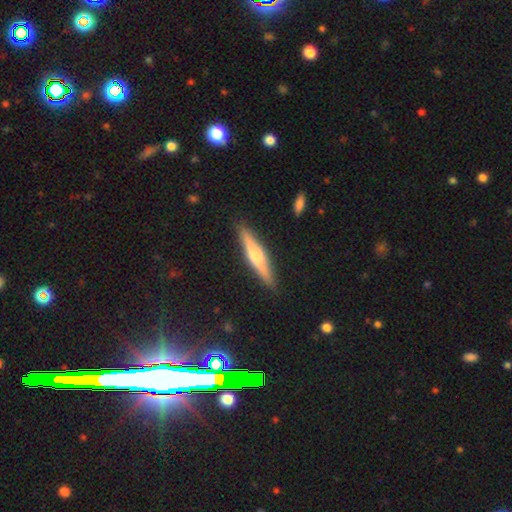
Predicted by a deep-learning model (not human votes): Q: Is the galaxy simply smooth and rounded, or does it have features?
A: featured or disk — 53%.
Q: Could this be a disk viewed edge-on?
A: yes — 96%.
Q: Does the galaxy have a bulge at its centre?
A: rounded — 79%.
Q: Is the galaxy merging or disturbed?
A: none — 90%.